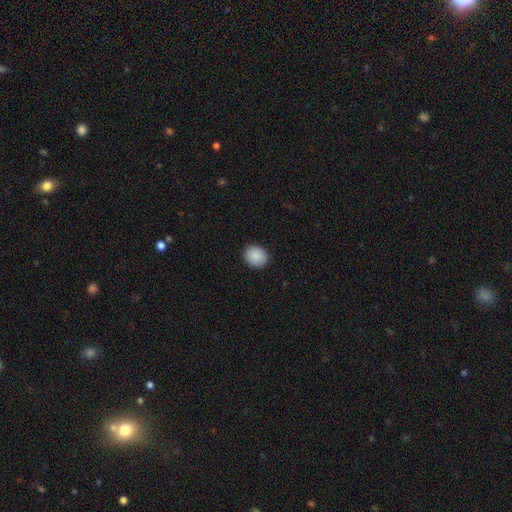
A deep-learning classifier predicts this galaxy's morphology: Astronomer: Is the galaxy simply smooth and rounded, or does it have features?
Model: smooth — 89%.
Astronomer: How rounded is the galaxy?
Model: round — 72%.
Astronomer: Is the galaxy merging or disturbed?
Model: none — 91%.